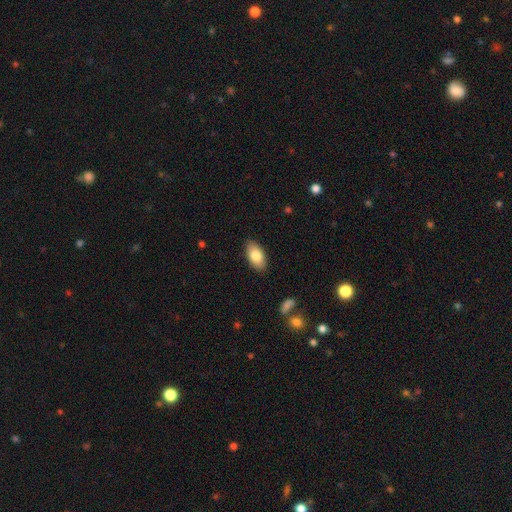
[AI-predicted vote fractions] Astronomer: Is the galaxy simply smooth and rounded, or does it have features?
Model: smooth — 82%.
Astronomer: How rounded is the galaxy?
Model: in between — 94%.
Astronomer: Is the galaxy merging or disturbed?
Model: none — 88%.